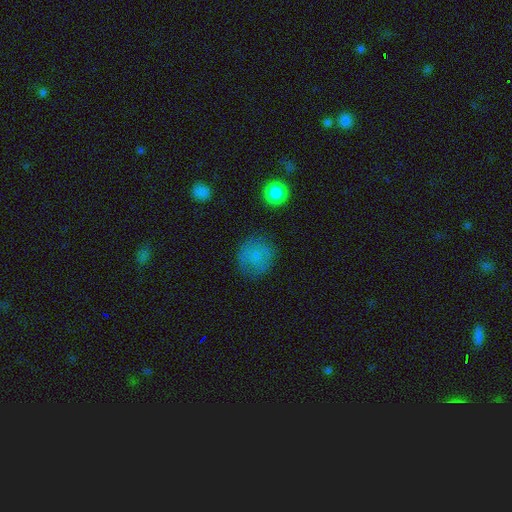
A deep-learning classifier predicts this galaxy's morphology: A smooth galaxy with no disk features (78%) that is round (87%). Merging: none (75%).